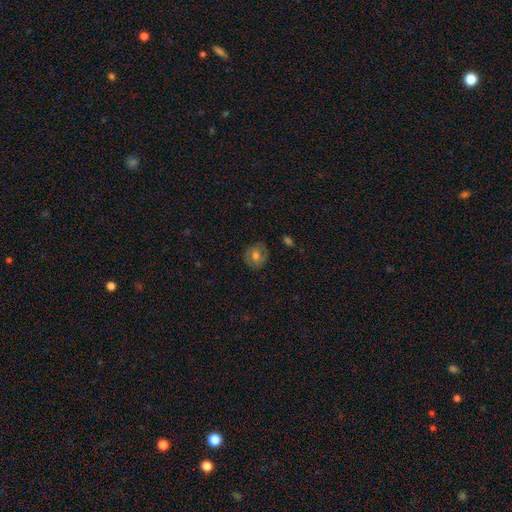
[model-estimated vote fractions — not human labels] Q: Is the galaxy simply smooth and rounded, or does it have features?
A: smooth — 55%.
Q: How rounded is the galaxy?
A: round — 79%.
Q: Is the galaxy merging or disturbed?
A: none — 82%.